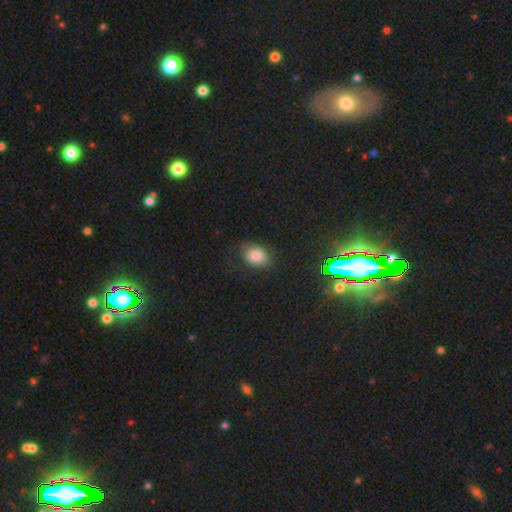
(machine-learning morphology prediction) Smooth or featured? smooth (80%)
How rounded? in between (70%)
Merging? none (74%)